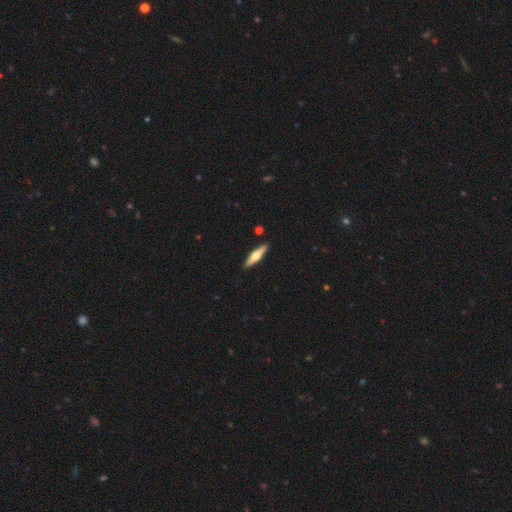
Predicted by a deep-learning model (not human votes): This is possibly a featured or disk galaxy (51%). It is clearly viewed edge-on (94%). Merging: clearly none (91%).